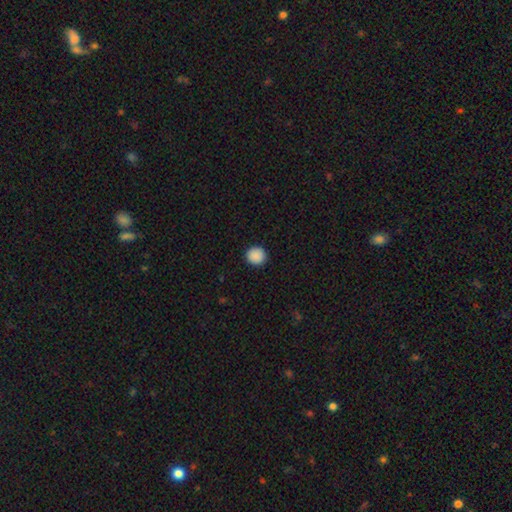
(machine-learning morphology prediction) type=smooth (89%); roundness=round (91%); merging=none (92%).